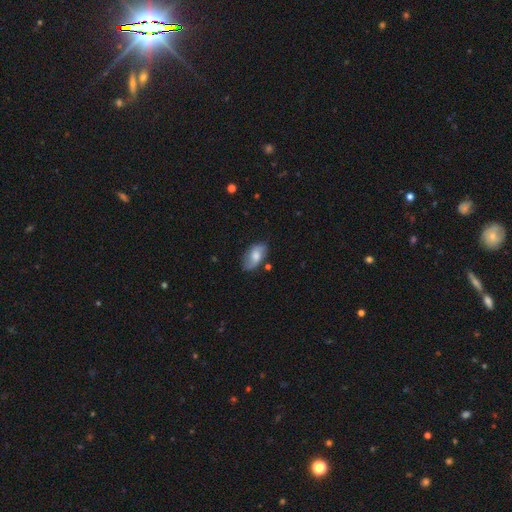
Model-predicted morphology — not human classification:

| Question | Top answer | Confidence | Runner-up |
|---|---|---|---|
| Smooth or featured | smooth | 52% | featured or disk (41%) |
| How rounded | in between | 92% | round (5%) |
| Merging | none | 71% | minor disturbance (21%) |